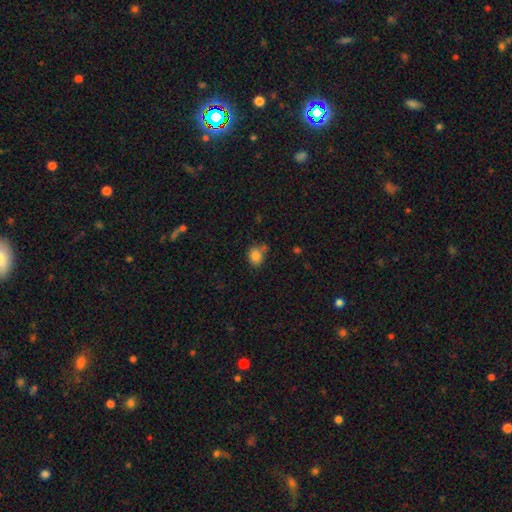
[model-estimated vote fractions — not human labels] smooth-or-featured: smooth: 83% | star or artifact: 11% | featured or disk: 6%
  how-rounded: round: 57% | in between: 42% | cigar-shaped: 1%
  merging: none: 62% | minor disturbance: 21% | merger: 11% | major disturbance: 6%